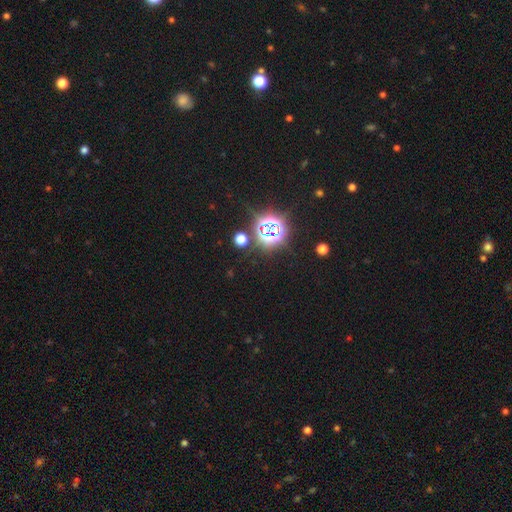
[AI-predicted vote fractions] The model was most divided on "smooth or featured": star or artifact: 83%, smooth: 12%, featured or disk: 5%.